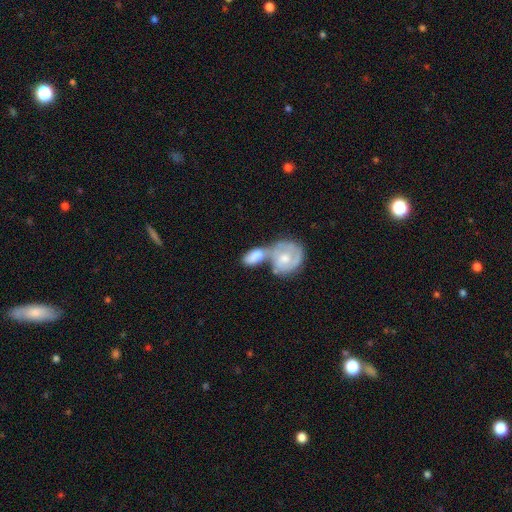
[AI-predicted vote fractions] smooth-or-featured: smooth: 57% | featured or disk: 37% | star or artifact: 6%
  how-rounded: in between: 79% | round: 16% | cigar-shaped: 5%
  merging: merger: 66% | none: 18% | minor disturbance: 10% | major disturbance: 7%